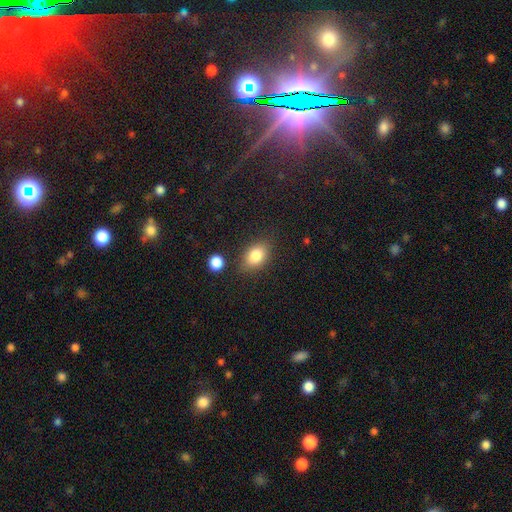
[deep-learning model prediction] A smooth galaxy with no disk features (83%) that is in between round and cigar-shaped (80%). Merging: none (77%).